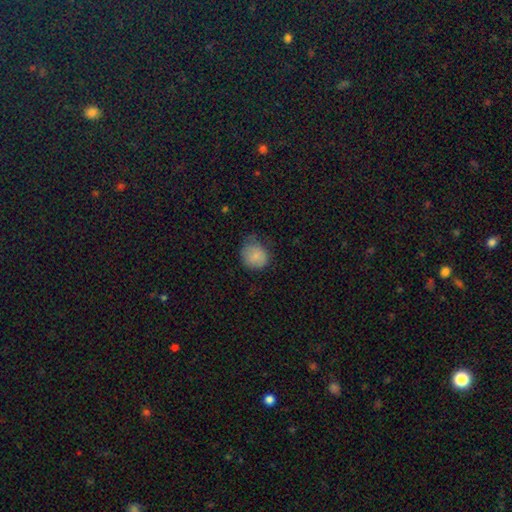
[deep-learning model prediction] smooth 82%, star or artifact 9%, featured or disk 9%. Down the decision tree: how rounded — round (72%); merging — none (51%).